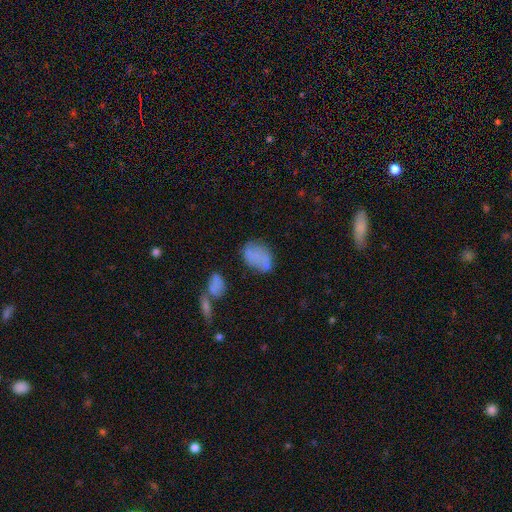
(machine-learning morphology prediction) This appears to be a smooth galaxy with no disk features (68%) that is in between round and cigar-shaped (81%). Merging: none (49%).